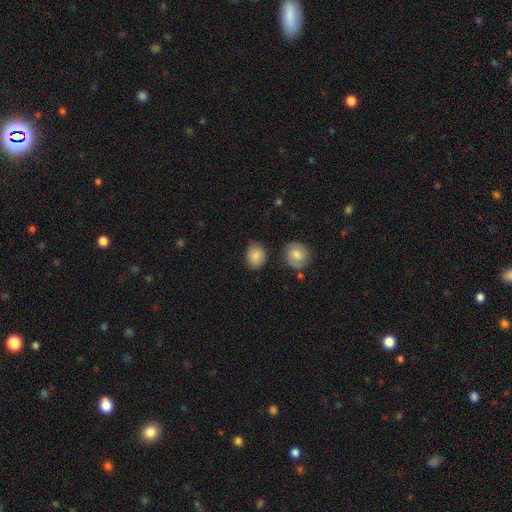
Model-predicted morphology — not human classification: type=smooth (82%); roundness=round (58%); merging=none (75%).